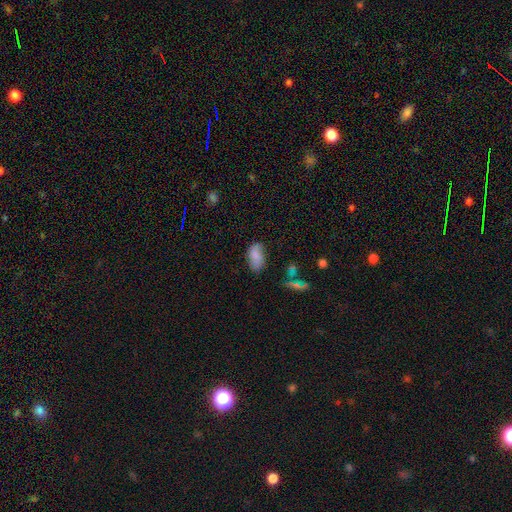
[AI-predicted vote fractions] Overall: smooth (75%). How rounded: in between (92%). Merging: none (63%; minor disturbance 26%).